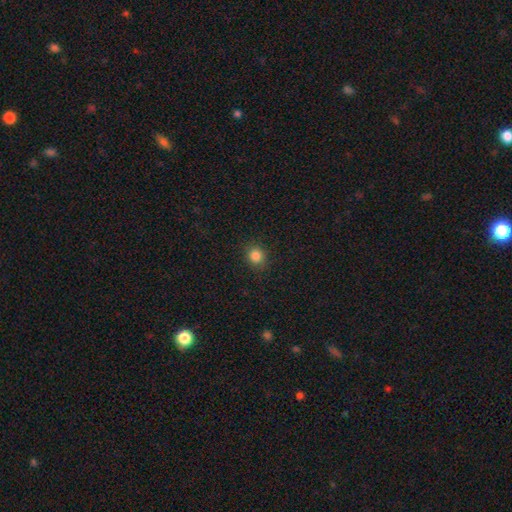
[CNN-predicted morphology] smooth-or-featured: smooth: 84% | star or artifact: 12% | featured or disk: 4%
  how-rounded: round: 82% | in between: 18% | cigar-shaped: 1%
  merging: none: 89% | minor disturbance: 8% | major disturbance: 2% | merger: 1%